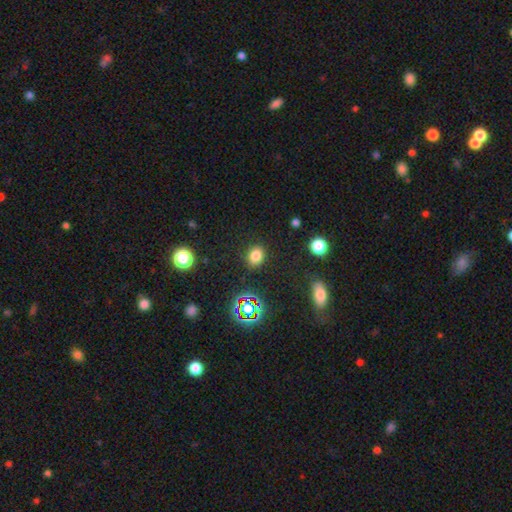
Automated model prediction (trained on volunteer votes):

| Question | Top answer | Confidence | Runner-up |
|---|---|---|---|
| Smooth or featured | smooth | 77% | star or artifact (17%) |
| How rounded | round | 54% | in between (45%) |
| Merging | none | 86% | minor disturbance (9%) |